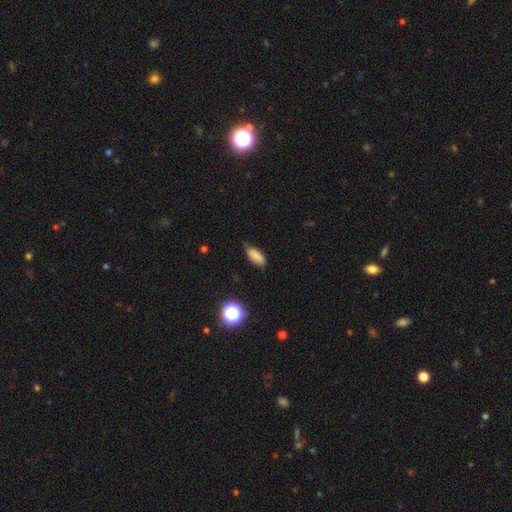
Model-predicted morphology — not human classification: Q: Smooth or featured?
A: smooth (84%); runner-up: star or artifact (10%)
Q: How rounded?
A: in between (81%); runner-up: cigar-shaped (15%)
Q: Merging?
A: none (74%); runner-up: minor disturbance (21%)